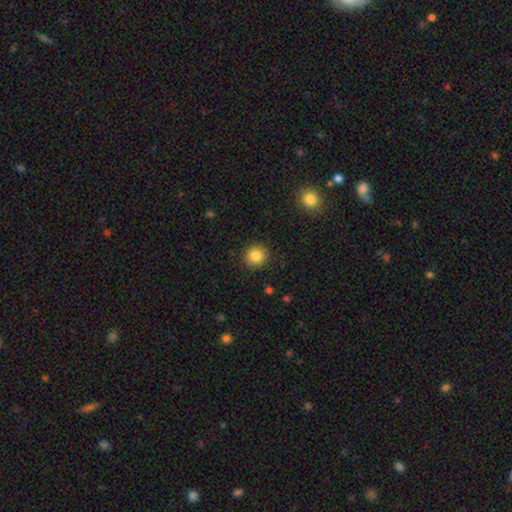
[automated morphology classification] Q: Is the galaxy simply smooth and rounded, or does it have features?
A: smooth — 85%.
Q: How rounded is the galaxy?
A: round — 90%.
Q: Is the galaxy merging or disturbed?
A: none — 90%.